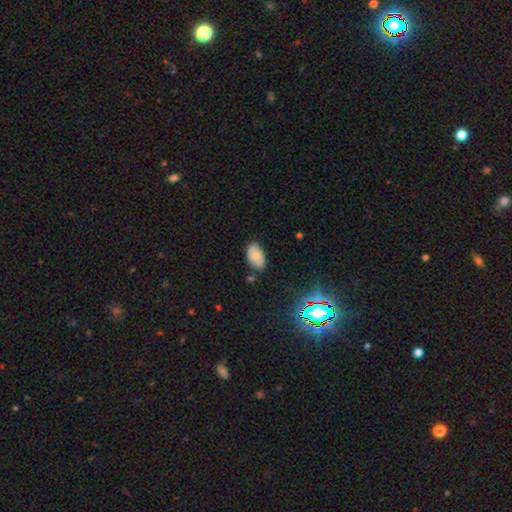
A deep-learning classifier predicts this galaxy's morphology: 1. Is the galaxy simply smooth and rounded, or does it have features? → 69% smooth, 20% featured or disk, 10% star or artifact.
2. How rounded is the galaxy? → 93% in between, 6% round, 1% cigar-shaped.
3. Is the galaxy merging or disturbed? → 78% none, 16% minor disturbance, 3% major disturbance, 3% merger.